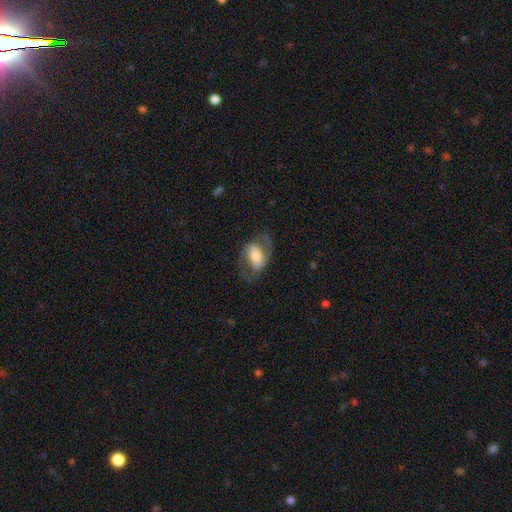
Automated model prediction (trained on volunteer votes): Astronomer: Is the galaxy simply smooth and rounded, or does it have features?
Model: featured or disk — 57% (runner-up: smooth, 36%).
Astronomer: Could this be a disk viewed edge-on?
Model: no — 94%.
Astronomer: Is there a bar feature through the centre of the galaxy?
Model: weak — 36% (runner-up: strong, 35%).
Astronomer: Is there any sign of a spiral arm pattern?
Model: yes — 76%.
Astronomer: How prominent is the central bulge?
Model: moderate — 50%.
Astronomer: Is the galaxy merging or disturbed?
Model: none — 64%.